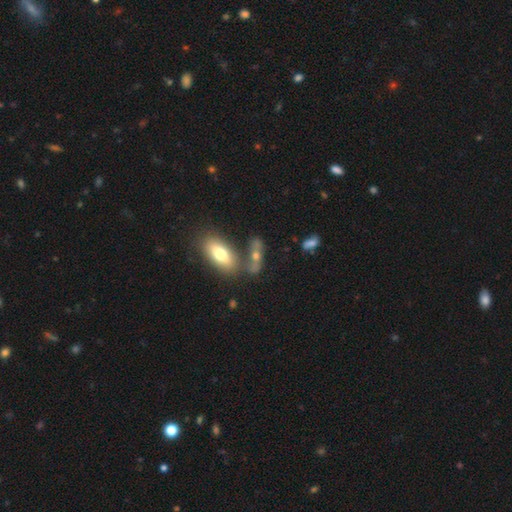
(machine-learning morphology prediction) type=smooth (57%); roundness=in between (60%); merging=none (52%).